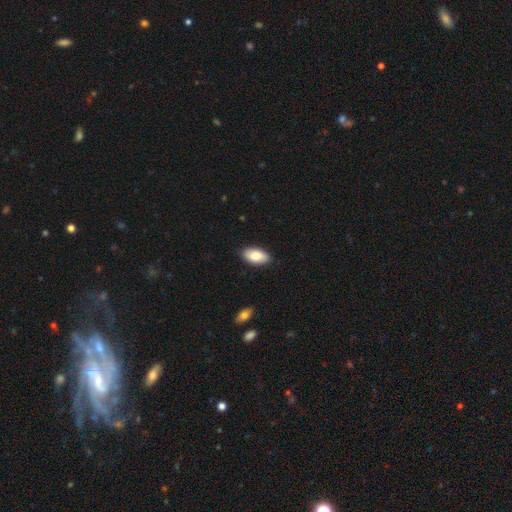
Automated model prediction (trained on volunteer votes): Smooth or featured: smooth — 82% (featured or disk — 13%)
How rounded: in between — 94% (round — 3%)
Merging: none — 88% (minor disturbance — 9%)